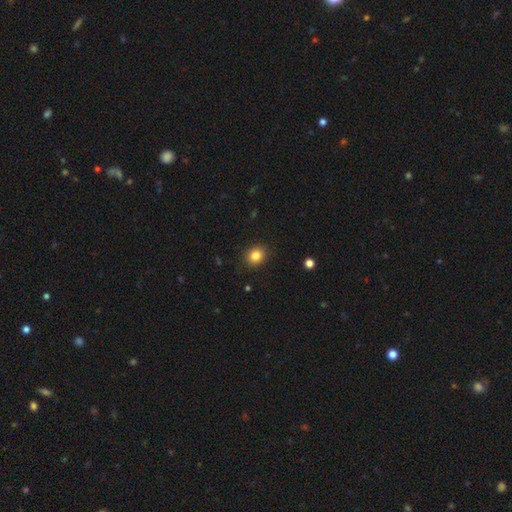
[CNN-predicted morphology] This is clearly a smooth galaxy (84%). How rounded: likely round (71%). Merging: clearly none (90%).